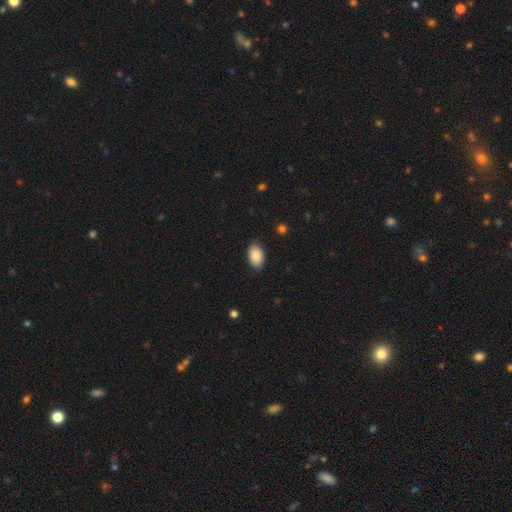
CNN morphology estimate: Q: Smooth or featured?
A: smooth (89%); runner-up: star or artifact (7%)
Q: How rounded?
A: in between (93%); runner-up: round (6%)
Q: Merging?
A: none (88%); runner-up: minor disturbance (9%)